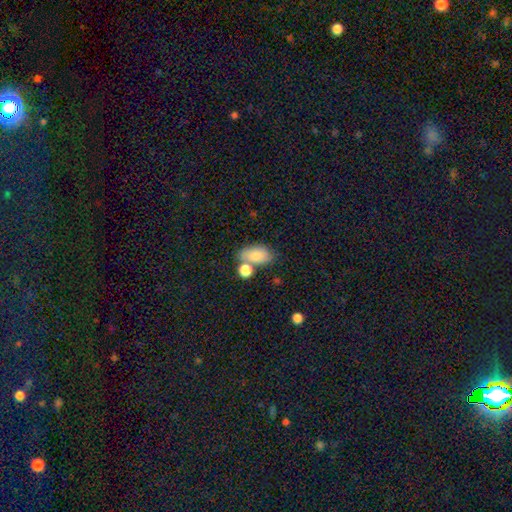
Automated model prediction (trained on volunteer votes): smooth_or_featured: smooth (p=0.81) [alt: featured or disk p=0.11]
how_rounded: in between (p=0.89) [alt: round p=0.08]
merging: none (p=0.52) [alt: merger p=0.25]